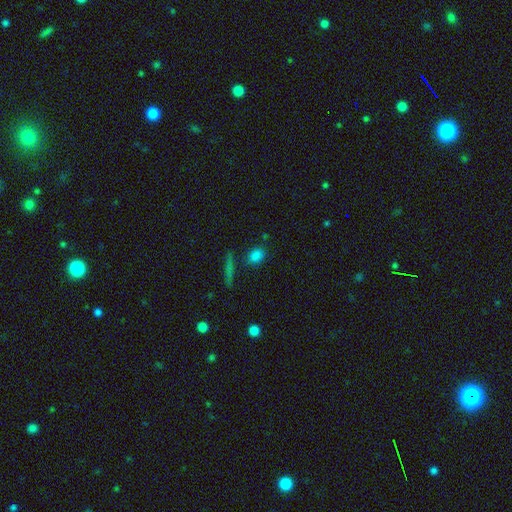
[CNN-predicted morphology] Smooth or featured: smooth — 79% (star or artifact — 15%)
How rounded: in between — 66% (round — 29%)
Merging: none — 77% (minor disturbance — 12%)